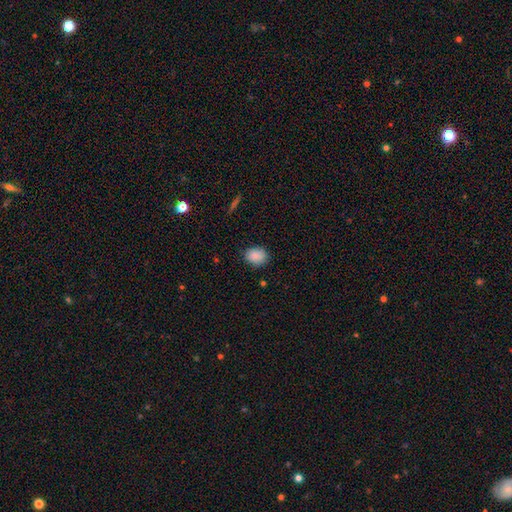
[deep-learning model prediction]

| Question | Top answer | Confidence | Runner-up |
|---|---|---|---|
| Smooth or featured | smooth | 88% | star or artifact (8%) |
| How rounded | in between | 57% | round (41%) |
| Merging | none | 82% | minor disturbance (14%) |